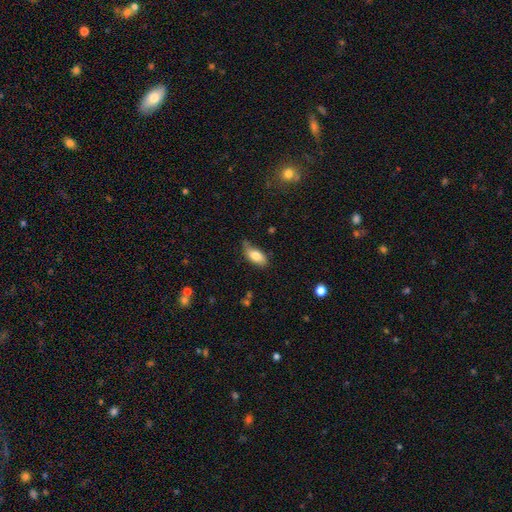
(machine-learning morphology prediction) This is likely a smooth galaxy (77%). How rounded: clearly in between (88%). Merging: possibly none (60%).